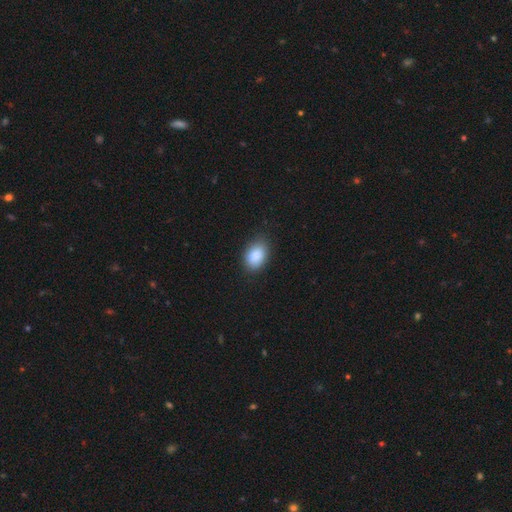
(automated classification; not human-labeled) Smooth or featured? smooth (88%)
How rounded? in between (85%)
Merging? none (82%)